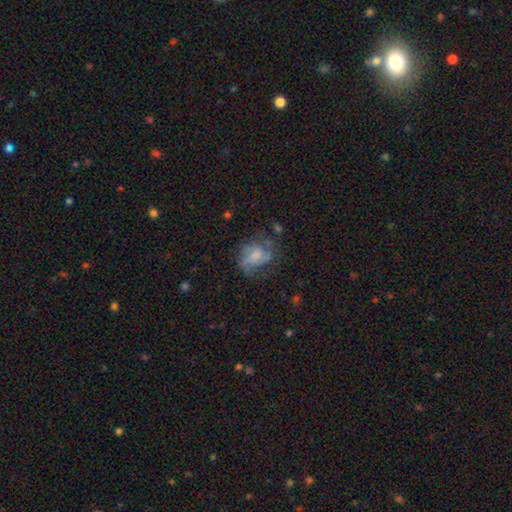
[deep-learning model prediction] This is possibly a featured or disk galaxy (54%). It is clearly not viewed edge-on (97%). Bar: likely no (66%). Spiral arm pattern: likely yes (70%). Central bulge: marginally small (36%). Merging: marginally none (45%).